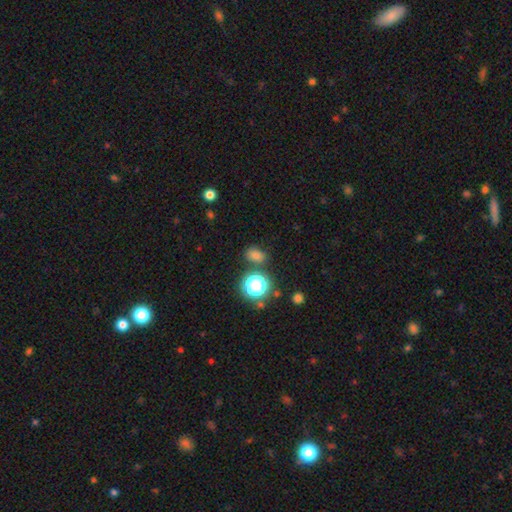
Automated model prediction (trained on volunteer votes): smooth-or-featured: smooth: 70% | star or artifact: 23% | featured or disk: 7%
  how-rounded: in between: 60% | round: 39% | cigar-shaped: 1%
  merging: none: 79% | minor disturbance: 11% | merger: 6% | major disturbance: 4%